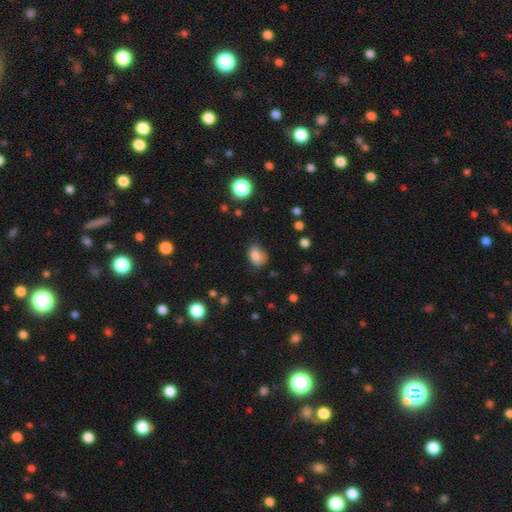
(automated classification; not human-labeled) Smooth or featured: smooth — 81% (star or artifact — 10%)
How rounded: in between — 77% (round — 22%)
Merging: none — 56% (minor disturbance — 32%)